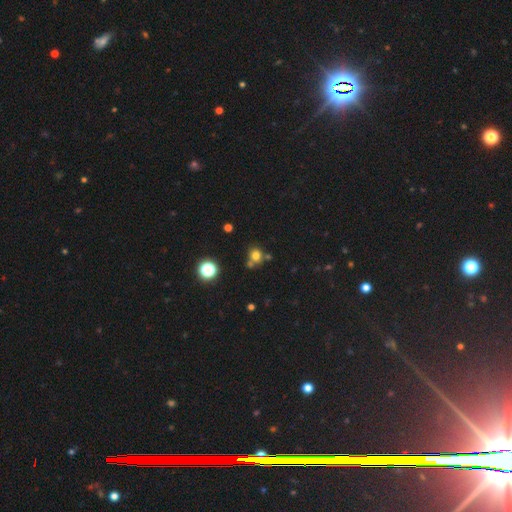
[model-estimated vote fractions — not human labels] smooth 74%, star or artifact 19%, featured or disk 8%. Down the decision tree: how rounded — round (81%); merging — none (63%).